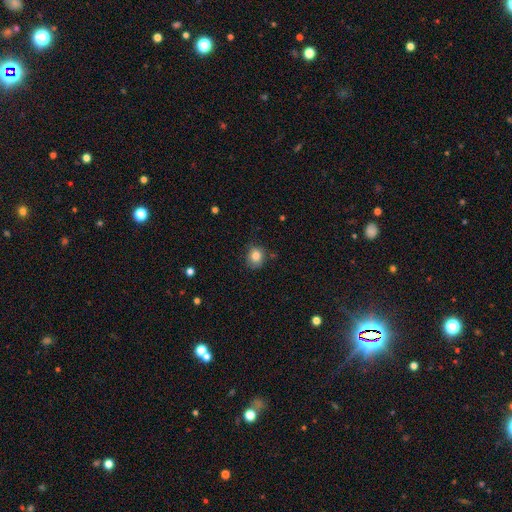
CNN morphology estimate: smooth-or-featured: smooth: 84% | star or artifact: 10% | featured or disk: 6%
  how-rounded: round: 76% | in between: 23% | cigar-shaped: 1%
  merging: none: 75% | minor disturbance: 19% | major disturbance: 4% | merger: 2%